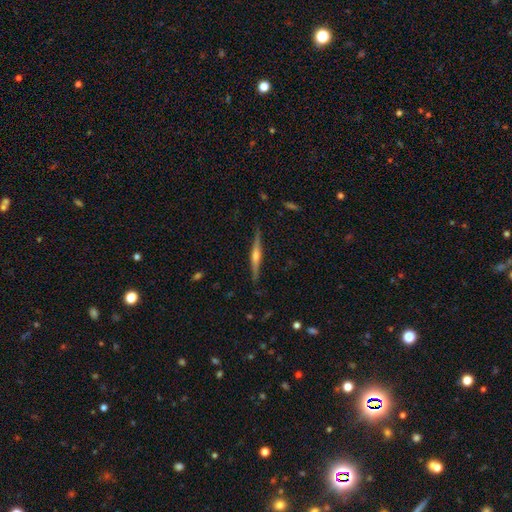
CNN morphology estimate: Smooth or featured? Predicted: featured or disk (p=0.79). Edge-on disk? Predicted: yes (p=0.98). Edge-on bulge? Predicted: rounded (p=0.83). Merging? Predicted: none (p=0.90).